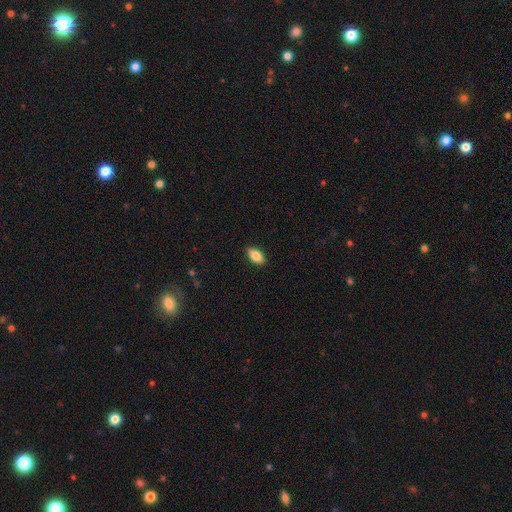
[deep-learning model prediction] smooth-or-featured: smooth: 85% | featured or disk: 9% | star or artifact: 7%
  how-rounded: in between: 91% | cigar-shaped: 6% | round: 4%
  merging: none: 89% | minor disturbance: 8% | major disturbance: 2% | merger: 1%